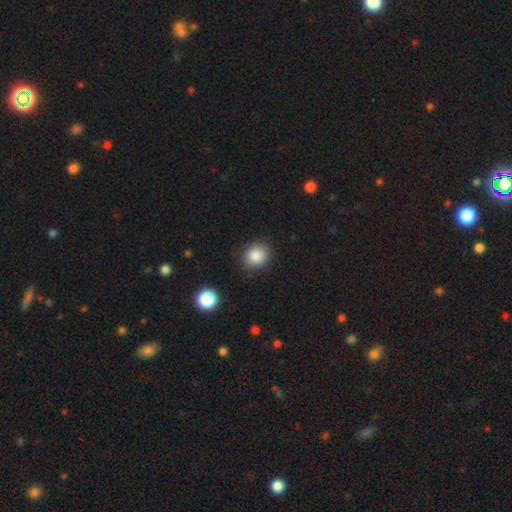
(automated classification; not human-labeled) smooth_or_featured: smooth (p=0.86) [alt: star or artifact p=0.09]
how_rounded: round (p=0.73) [alt: in between p=0.26]
merging: none (p=0.87) [alt: minor disturbance p=0.08]